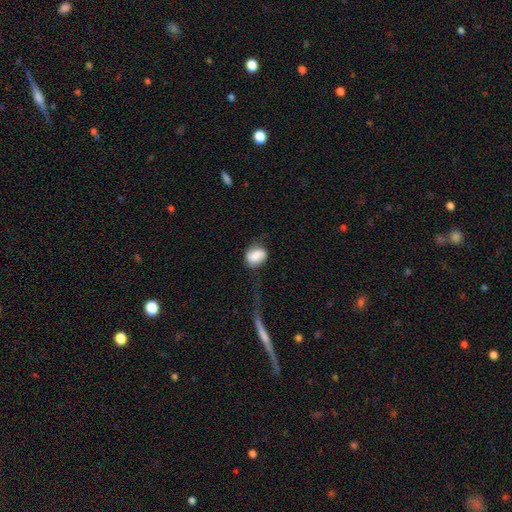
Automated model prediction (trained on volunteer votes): smooth-or-featured: smooth: 65% | featured or disk: 27% | star or artifact: 9%
  how-rounded: in between: 62% | round: 37% | cigar-shaped: 1%
  merging: none: 44% | minor disturbance: 27% | major disturbance: 24% | merger: 5%